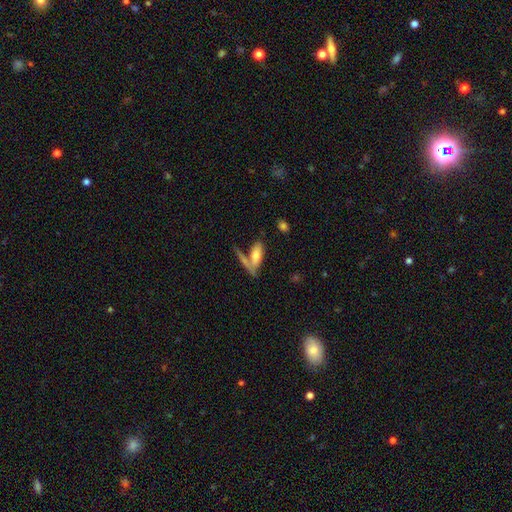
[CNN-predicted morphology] Overall: smooth (69%). How rounded: in between (64%; cigar-shaped 33%). Merging: none (44%; merger 35%).